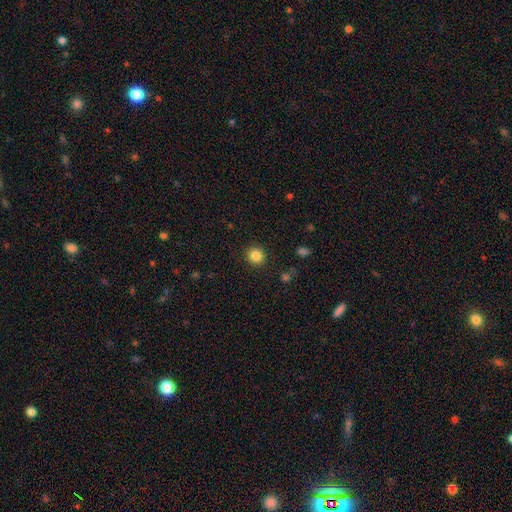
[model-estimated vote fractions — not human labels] smooth_or_featured: smooth (p=0.84) [alt: star or artifact p=0.11]
how_rounded: round (p=0.92) [alt: in between p=0.07]
merging: none (p=0.91) [alt: minor disturbance p=0.06]